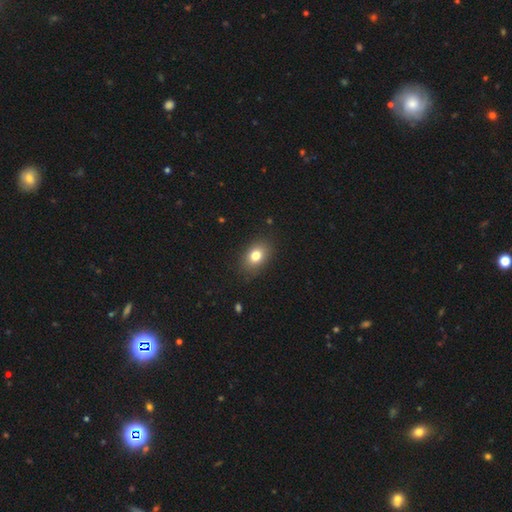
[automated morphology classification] smooth 79%, star or artifact 10%, featured or disk 10%. Down the decision tree: how rounded — in between (74%); merging — none (86%).